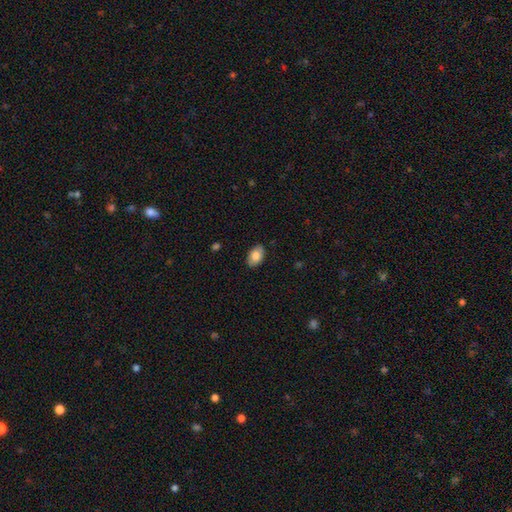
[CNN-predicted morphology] A smooth galaxy with no disk features (79%) that is in between round and cigar-shaped (90%). Merging: none (86%).